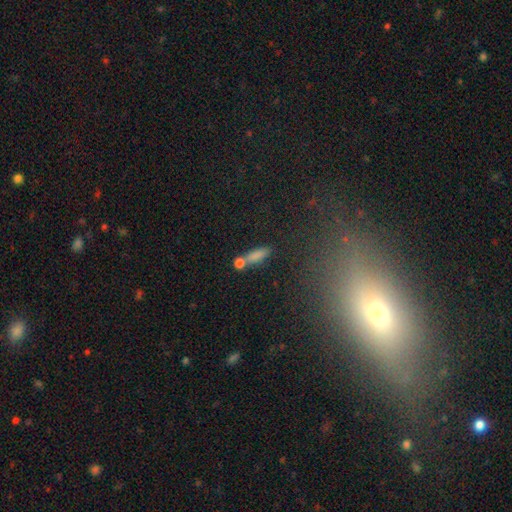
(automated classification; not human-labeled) Smooth or featured? smooth (77%)
How rounded? cigar-shaped (54%)
Merging? none (54%)